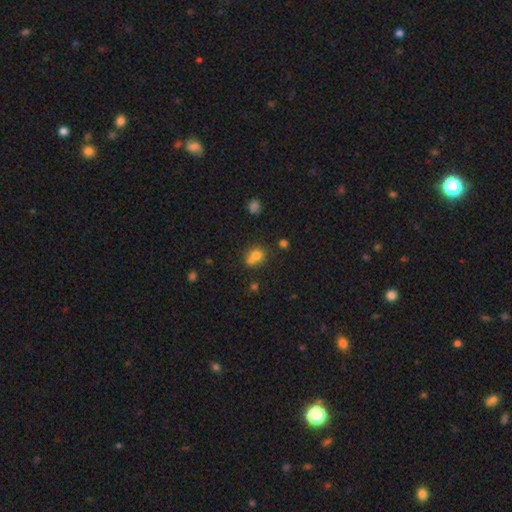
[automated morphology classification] Smooth or featured? smooth (73%)
How rounded? round (71%)
Merging? merger (47%)